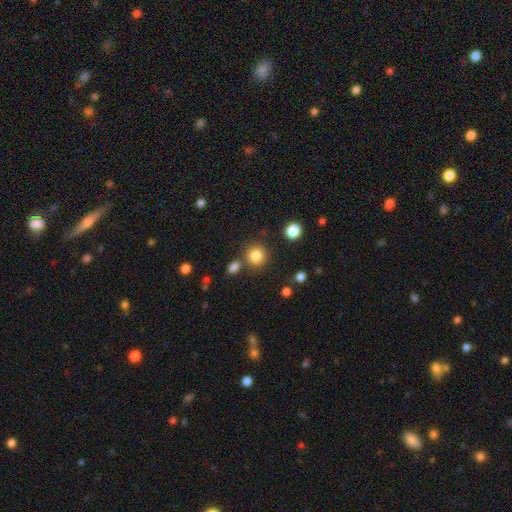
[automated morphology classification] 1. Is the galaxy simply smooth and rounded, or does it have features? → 84% smooth, 11% star or artifact, 5% featured or disk.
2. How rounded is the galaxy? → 90% round, 9% in between, 1% cigar-shaped.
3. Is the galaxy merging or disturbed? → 78% none, 10% merger, 9% minor disturbance, 3% major disturbance.